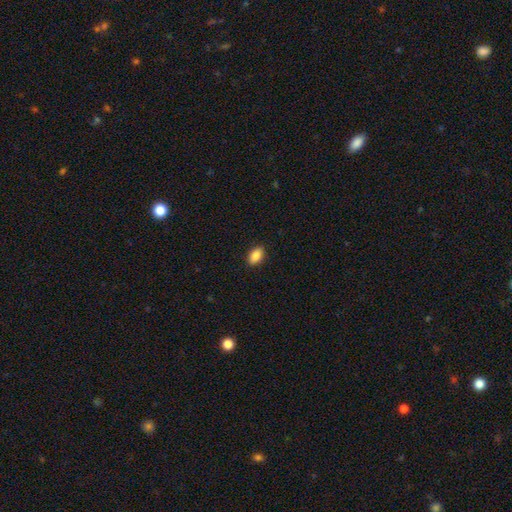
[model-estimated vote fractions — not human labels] Overall: smooth (87%). How rounded: in between (90%). Merging: none (89%).